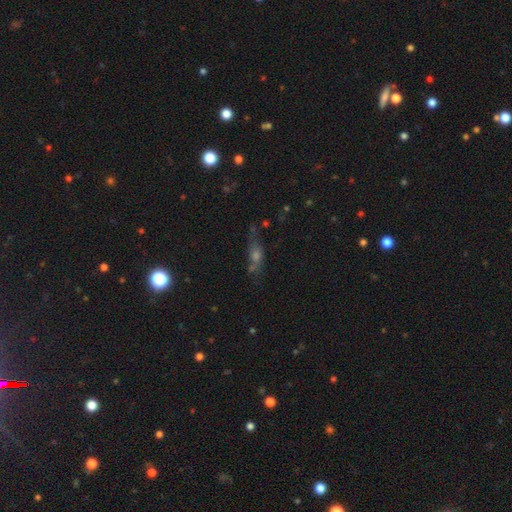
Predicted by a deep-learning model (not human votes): Smooth or featured: smooth — 37% (featured or disk — 36%)
Merging: none — 62% (minor disturbance — 19%)